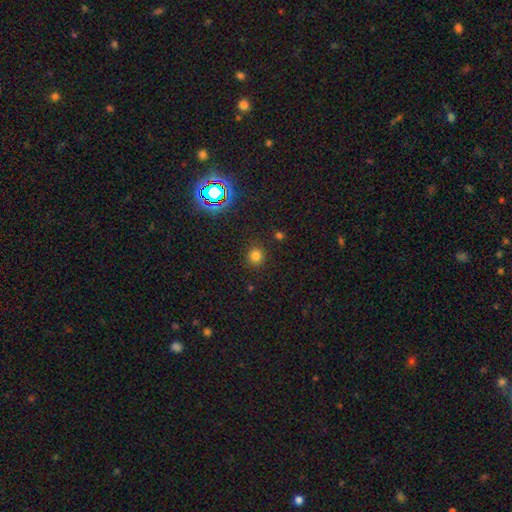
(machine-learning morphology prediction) Q: Smooth or featured?
A: smooth (76%); runner-up: star or artifact (19%)
Q: How rounded?
A: round (91%); runner-up: in between (8%)
Q: Merging?
A: none (89%); runner-up: minor disturbance (7%)